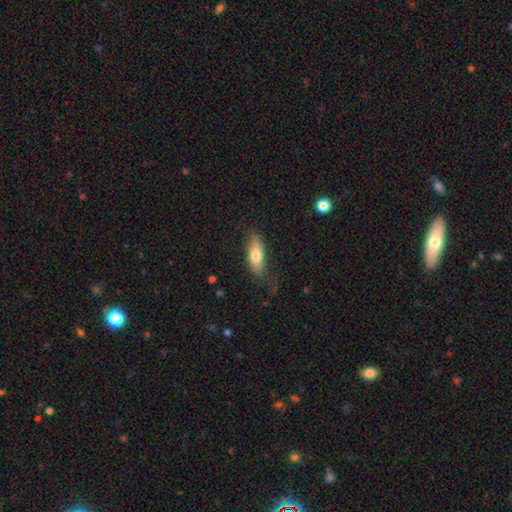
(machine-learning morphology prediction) This appears to be a smooth galaxy with no disk features (75%) that is in between round and cigar-shaped (72%). Merging: none (71%).